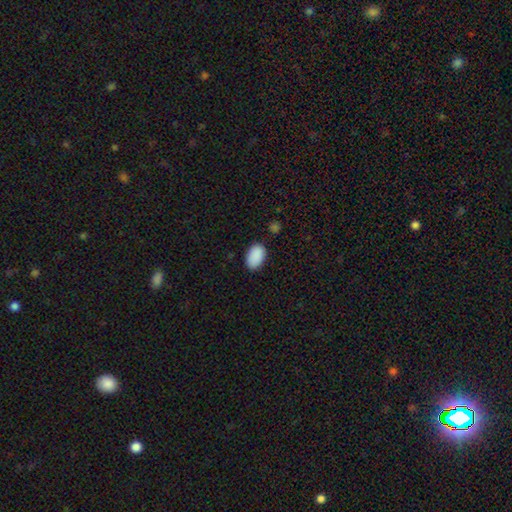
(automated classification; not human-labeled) Smooth or featured? Predicted: smooth (p=0.90). How rounded? Predicted: in between (p=0.92). Merging? Predicted: none (p=0.84).